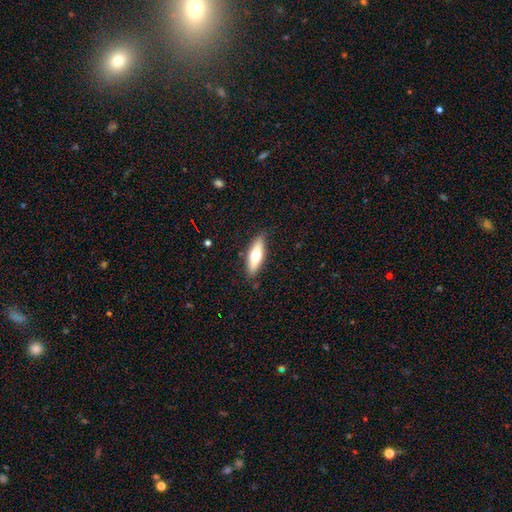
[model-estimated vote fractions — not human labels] Smooth or featured: smooth — 57% (featured or disk — 37%)
How rounded: in between — 50% (cigar-shaped — 47%)
Merging: none — 86% (minor disturbance — 11%)